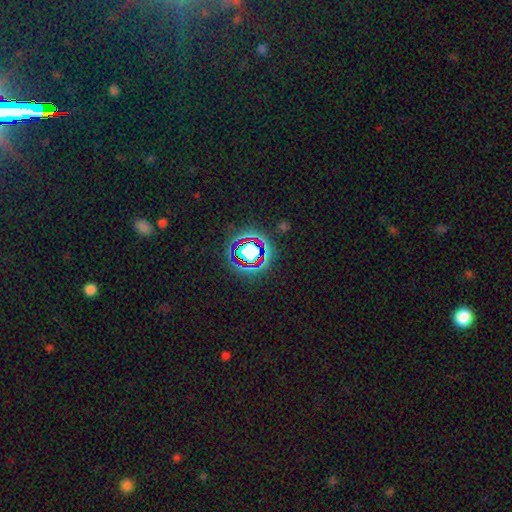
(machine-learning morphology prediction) Q: Smooth or featured?
A: star or artifact (78%); runner-up: smooth (13%)